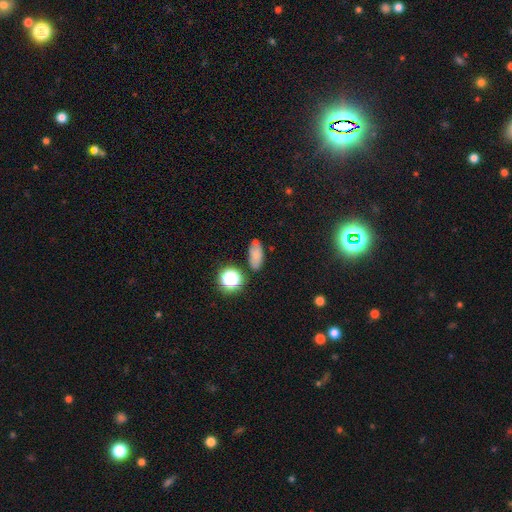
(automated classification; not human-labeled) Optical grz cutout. It shows a smooth galaxy with no disk features (73%) that is in between round and cigar-shaped (81%). Merging: none (67%).